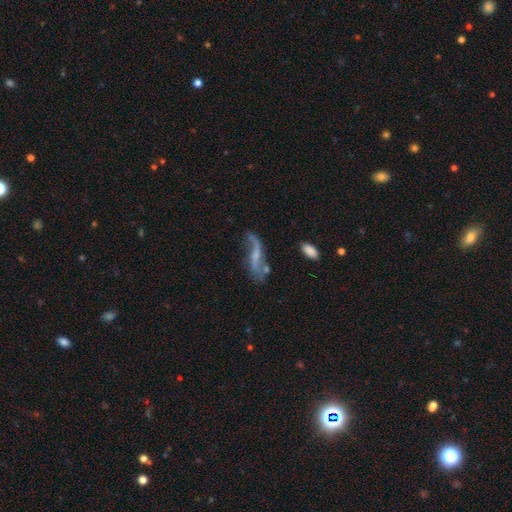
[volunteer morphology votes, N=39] This is clearly a featured or disk galaxy (85%). It is clearly not viewed edge-on (91%). Bar: possibly no (53%). Spiral arm pattern: clearly yes (93%). Spiral arm count: clearly 2 (86%). Spiral winding: clearly loose (100%). Central bulge: likely small (67%). Merging: likely none (61%).